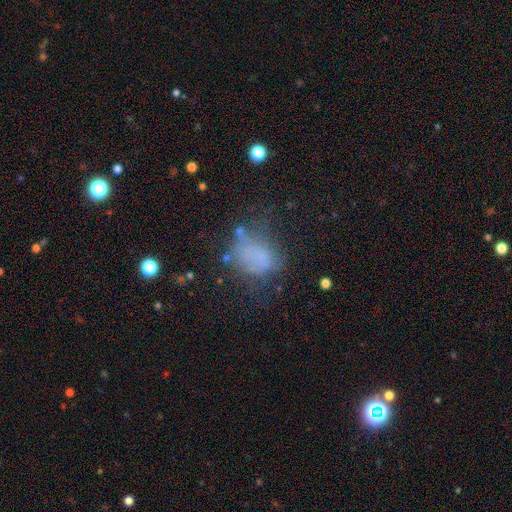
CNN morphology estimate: The model was most divided on "merging": none: 39%, major disturbance: 29%, minor disturbance: 26%, merger: 6%. More confident: how rounded — in between (67%); smooth or featured — smooth (57%).